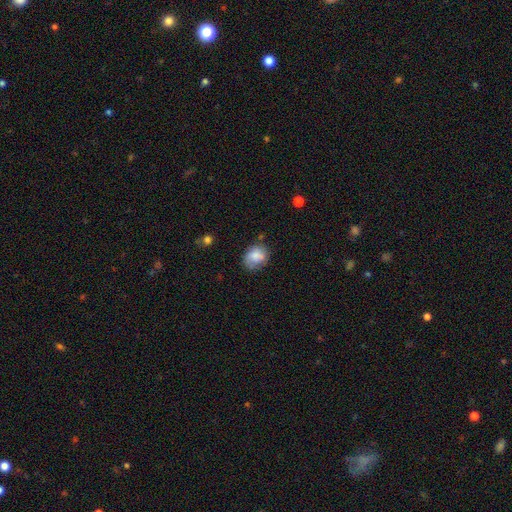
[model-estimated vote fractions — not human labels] Smooth or featured: smooth — 75% (featured or disk — 17%)
How rounded: round — 50% (in between — 49%)
Merging: none — 59% (minor disturbance — 28%)